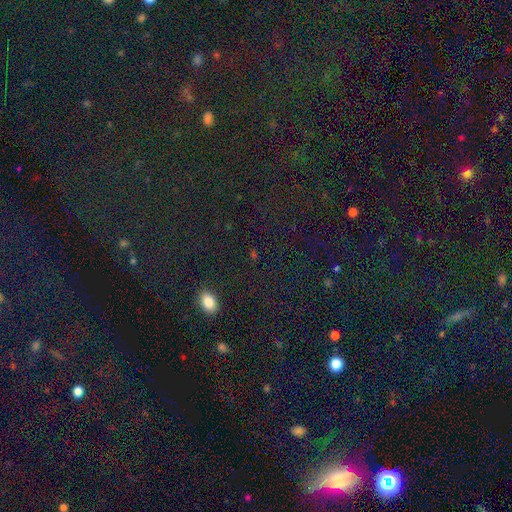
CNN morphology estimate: A star or artifact, not a galaxy (76%).